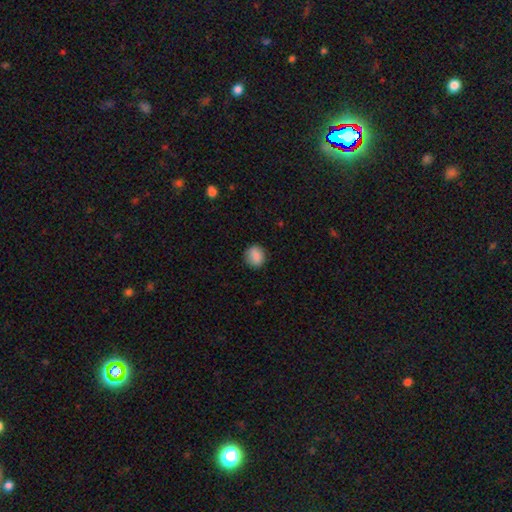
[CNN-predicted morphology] This is clearly a smooth galaxy (87%). How rounded: likely round (76%). Merging: clearly none (85%).